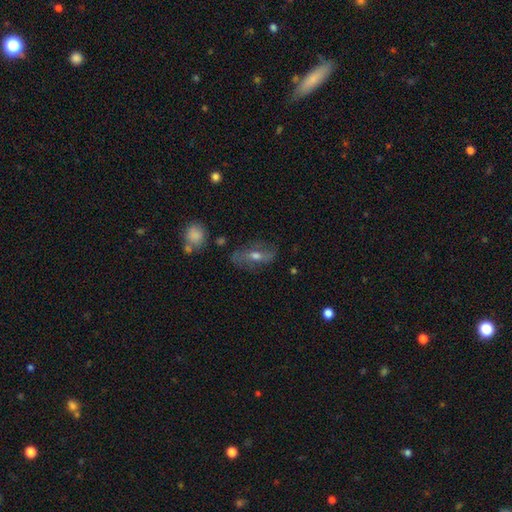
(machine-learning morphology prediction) Smooth or featured: featured or disk — 58% (smooth — 28%)
Edge-on disk: no — 76% (yes — 24%)
Merging: none — 73% (minor disturbance — 17%)